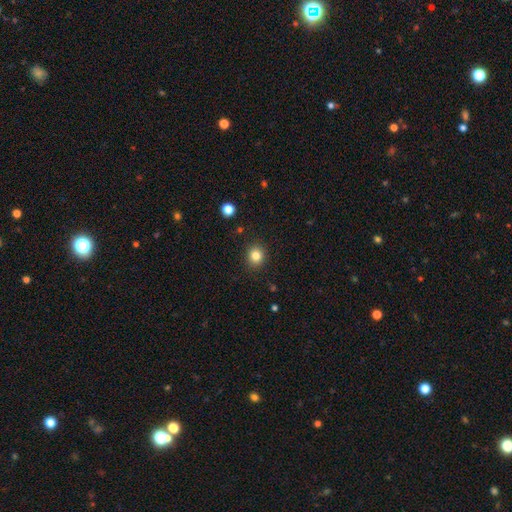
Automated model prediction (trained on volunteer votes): Overall: smooth (83%). How rounded: round (81%). Merging: none (90%).